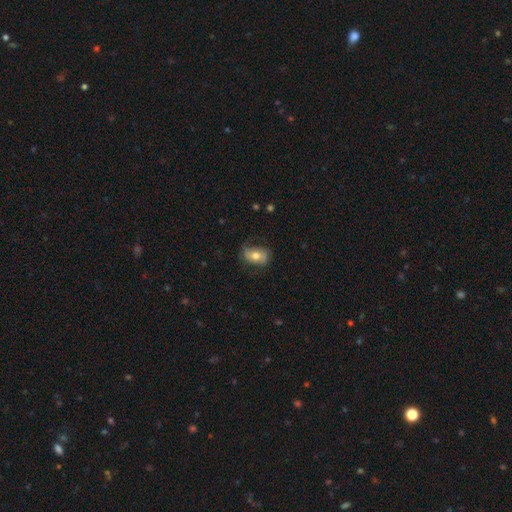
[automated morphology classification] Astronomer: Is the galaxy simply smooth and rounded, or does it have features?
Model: smooth — 55% (runner-up: featured or disk, 37%).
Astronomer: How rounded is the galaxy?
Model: in between — 82%.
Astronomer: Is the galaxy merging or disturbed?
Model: none — 66%.